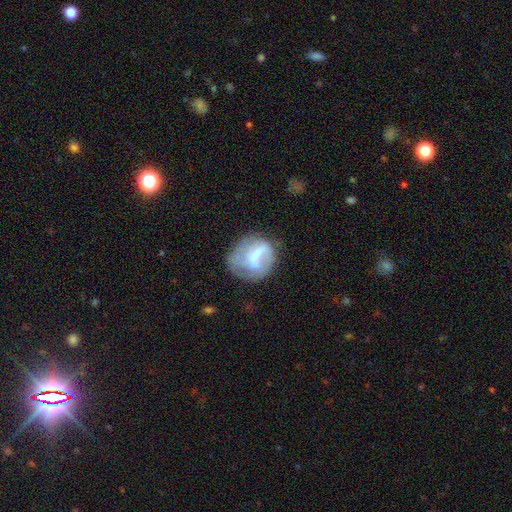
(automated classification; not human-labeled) This is possibly a featured or disk galaxy (52%). It is clearly not viewed edge-on (97%). Bar: marginally weak (43%). Spiral arm pattern: possibly yes (54%). Central bulge: marginally moderate (32%). Merging: possibly none (51%).